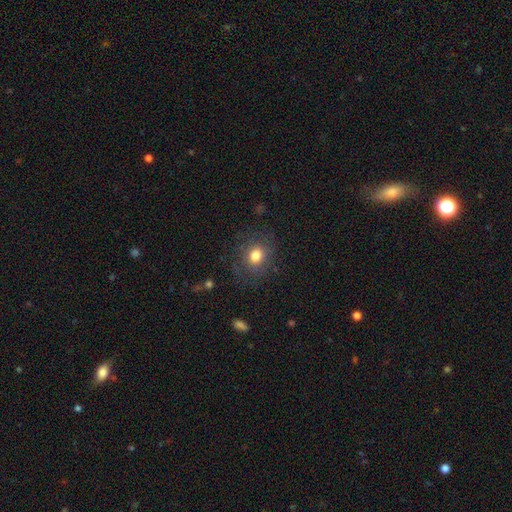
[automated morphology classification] Smooth or featured?
  - smooth: 77% *
  - featured or disk: 12%
  - star or artifact: 11%
How rounded?
  - round: 62% *
  - in between: 37%
  - cigar-shaped: 1%
Merging?
  - none: 78% *
  - minor disturbance: 14%
  - major disturbance: 7%
  - merger: 1%